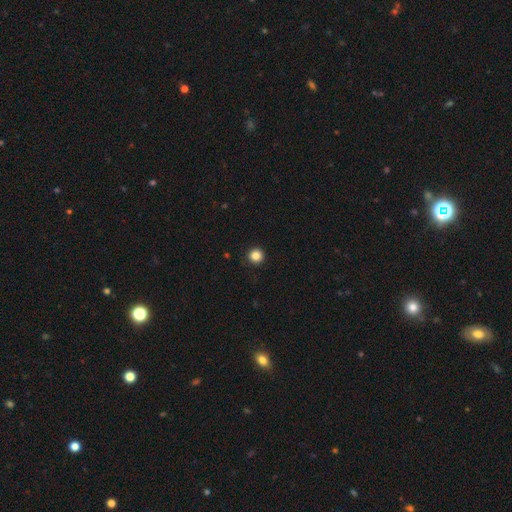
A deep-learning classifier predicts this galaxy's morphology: Smooth or featured?
  - smooth: 85% *
  - star or artifact: 11%
  - featured or disk: 4%
How rounded?
  - round: 95% *
  - in between: 4%
  - cigar-shaped: 1%
Merging?
  - none: 92% *
  - minor disturbance: 5%
  - major disturbance: 2%
  - merger: 1%